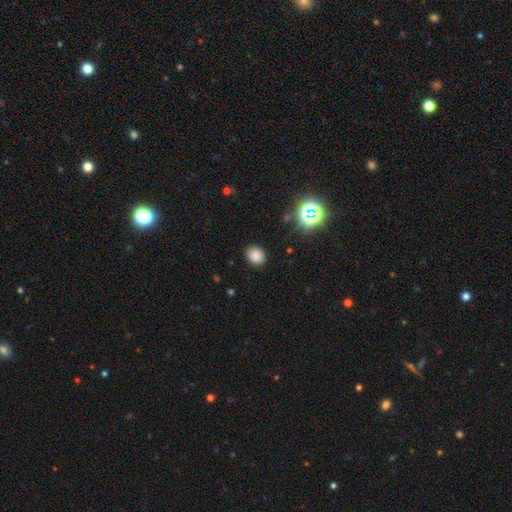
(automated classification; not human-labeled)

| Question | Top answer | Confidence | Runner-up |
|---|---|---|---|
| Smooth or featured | smooth | 82% | star or artifact (13%) |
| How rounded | round | 57% | in between (42%) |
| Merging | none | 87% | minor disturbance (9%) |